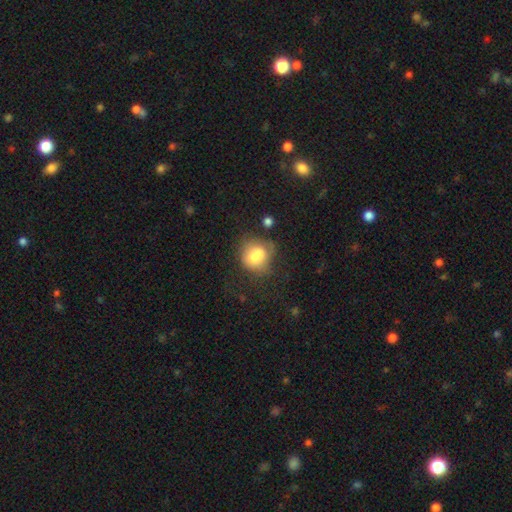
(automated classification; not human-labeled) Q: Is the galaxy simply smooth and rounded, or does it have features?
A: smooth — 72%.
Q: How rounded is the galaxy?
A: round — 63%.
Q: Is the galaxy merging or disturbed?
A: none — 40%.